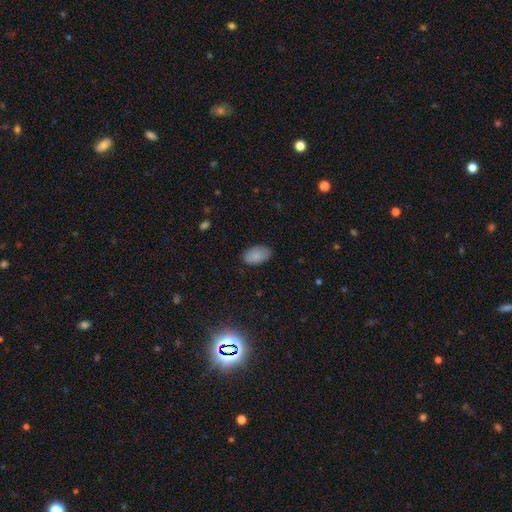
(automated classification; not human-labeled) Smooth or featured? smooth (87%)
How rounded? in between (94%)
Merging? none (84%)